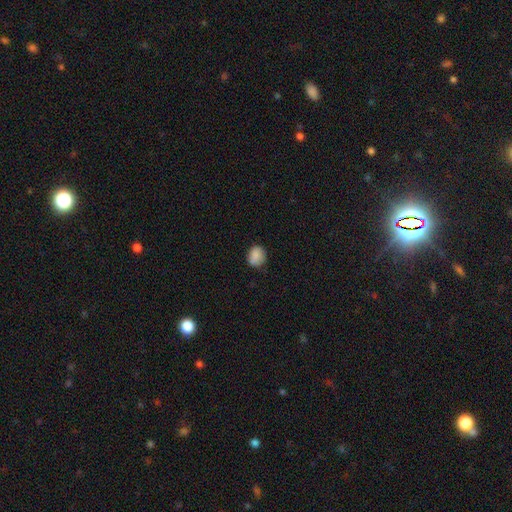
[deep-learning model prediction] Overall: smooth (87%). How rounded: round (63%; in between 37%). Merging: none (75%).